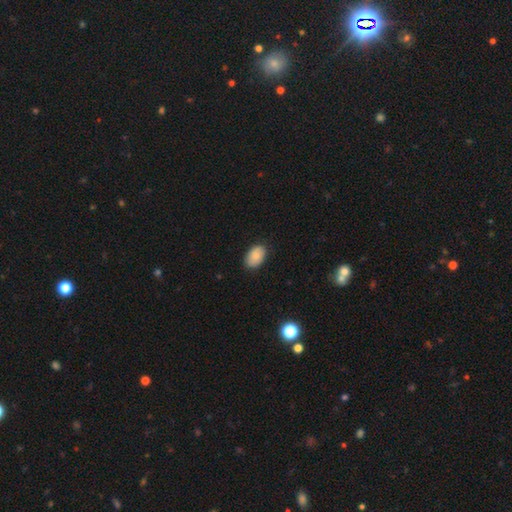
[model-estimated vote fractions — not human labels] Overall: smooth (81%). How rounded: in between (89%). Merging: none (85%).